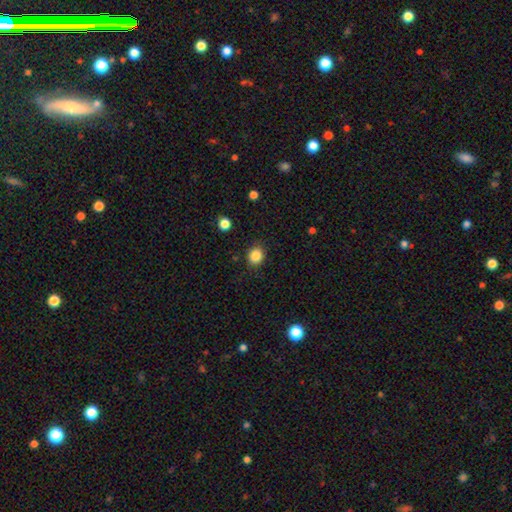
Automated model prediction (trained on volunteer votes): Q: Smooth or featured?
A: smooth (86%); runner-up: star or artifact (11%)
Q: How rounded?
A: round (74%); runner-up: in between (25%)
Q: Merging?
A: none (86%); runner-up: minor disturbance (10%)